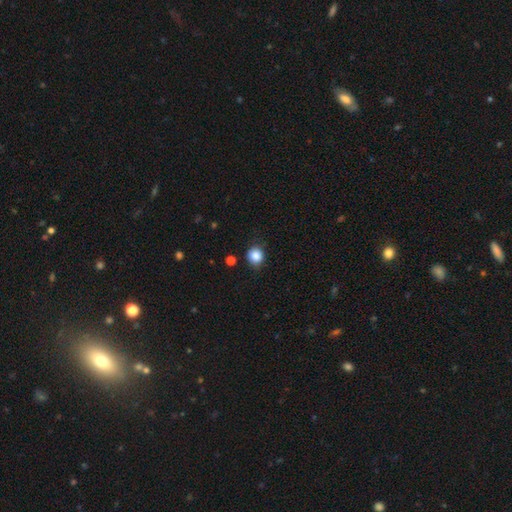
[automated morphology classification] Smooth or featured: smooth — 85% (star or artifact — 10%)
How rounded: round — 85% (in between — 14%)
Merging: none — 82% (minor disturbance — 13%)